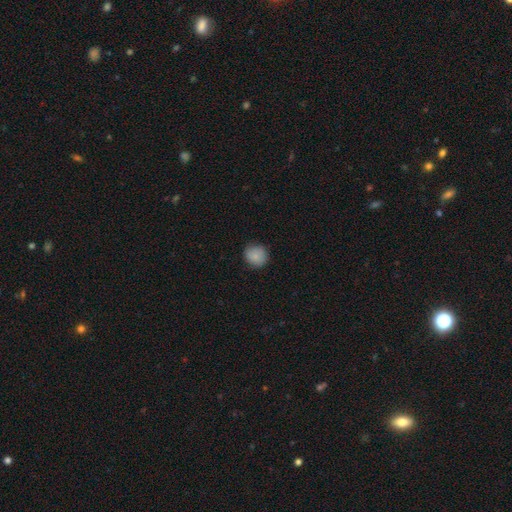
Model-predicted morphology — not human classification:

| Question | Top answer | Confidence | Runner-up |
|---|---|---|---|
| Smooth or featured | smooth | 85% | star or artifact (8%) |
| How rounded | round | 87% | in between (12%) |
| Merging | none | 82% | minor disturbance (14%) |